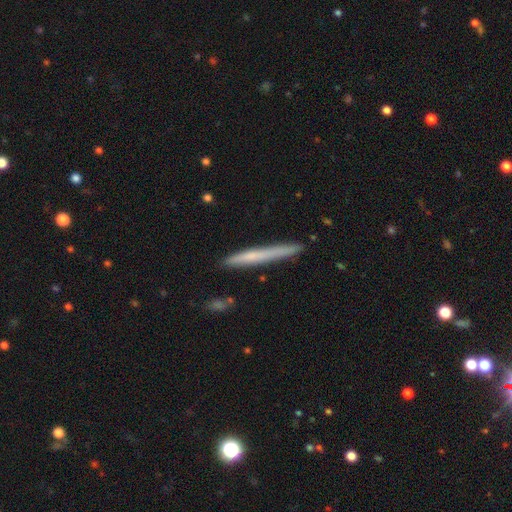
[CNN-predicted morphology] smooth-or-featured: smooth: 57% | featured or disk: 37% | star or artifact: 6%
  how-rounded: cigar-shaped: 97% | in between: 2% | round: 1%
  merging: none: 84% | minor disturbance: 12% | merger: 2% | major disturbance: 2%